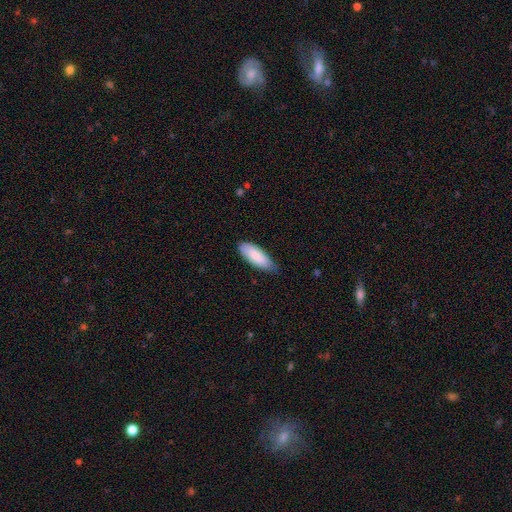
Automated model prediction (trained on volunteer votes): Smooth or featured? smooth (85%)
How rounded? in between (74%)
Merging? none (73%)